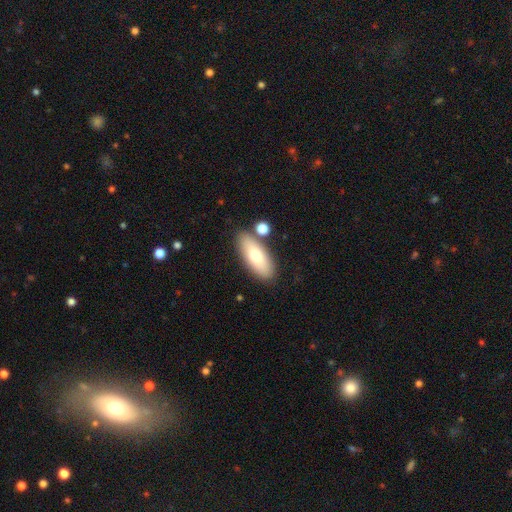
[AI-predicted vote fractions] The model was most divided on "smooth or featured": smooth: 71%, featured or disk: 22%, star or artifact: 7%. More confident: merging — none (80%); how rounded — in between (75%).